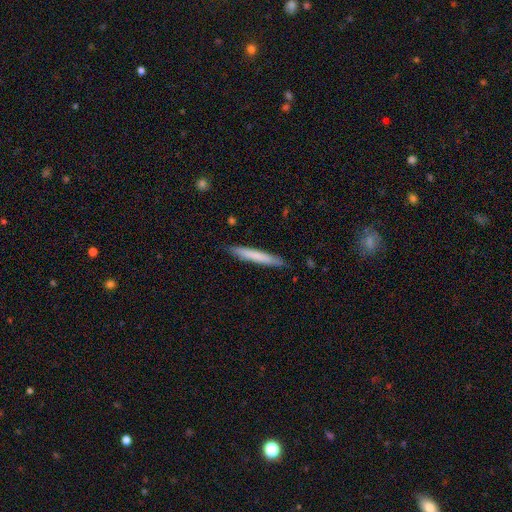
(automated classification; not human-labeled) smooth-or-featured: smooth: 73% | featured or disk: 22% | star or artifact: 5%
  how-rounded: cigar-shaped: 96% | in between: 3% | round: 1%
  merging: none: 89% | minor disturbance: 8% | major disturbance: 1% | merger: 1%